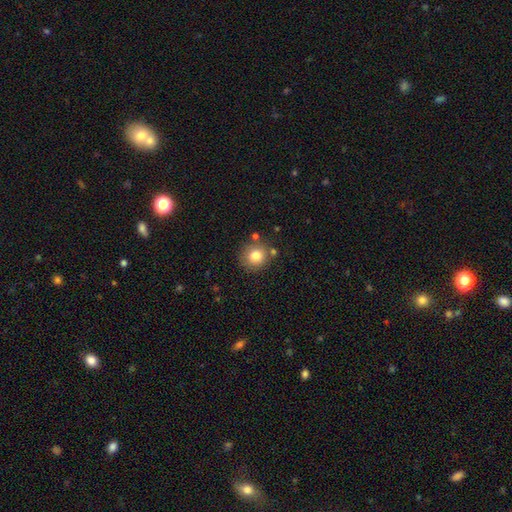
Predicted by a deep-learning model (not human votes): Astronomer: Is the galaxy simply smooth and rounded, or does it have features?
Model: smooth — 80%.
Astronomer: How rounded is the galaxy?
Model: round — 90%.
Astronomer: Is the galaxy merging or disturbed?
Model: none — 79%.